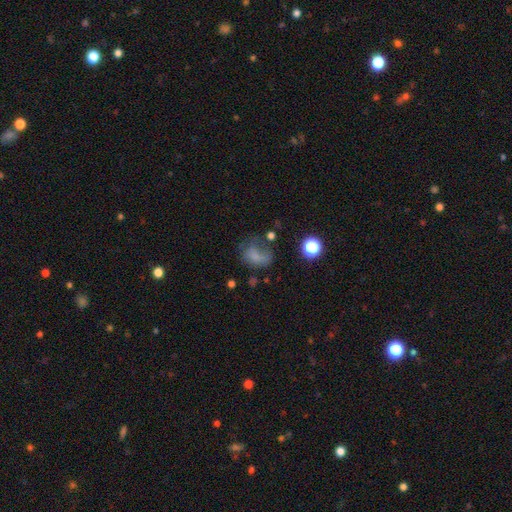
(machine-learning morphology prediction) Smooth or featured? Predicted: smooth (p=0.63). How rounded? Predicted: in between (p=0.65). Merging? Predicted: major disturbance (p=0.36).